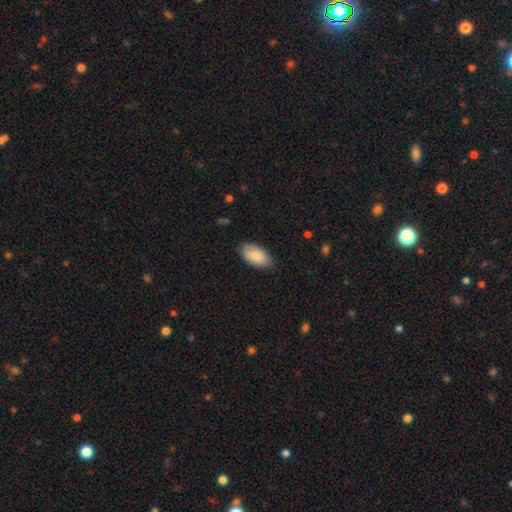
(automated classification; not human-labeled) Smooth or featured? Predicted: smooth (p=0.85). How rounded? Predicted: in between (p=0.95). Merging? Predicted: none (p=0.81).